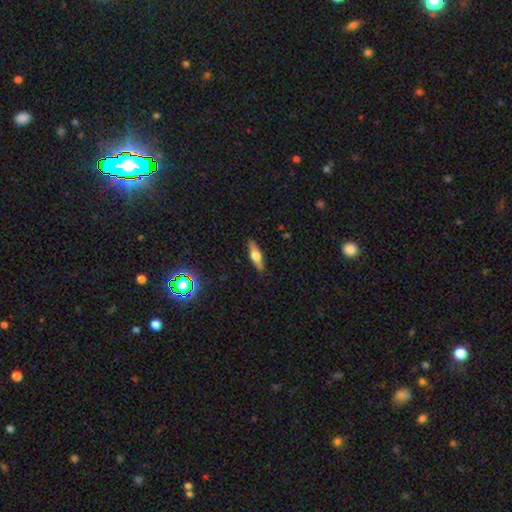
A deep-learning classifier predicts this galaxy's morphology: This appears to be a featured or disk galaxy (54%) viewed edge-on (94%) with a rounded central bulge (93%). Merging: none (89%).